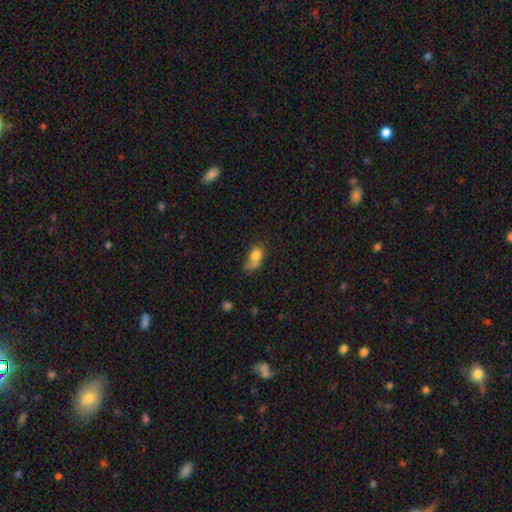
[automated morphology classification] smooth 76%, featured or disk 14%, star or artifact 10%. Down the decision tree: how rounded — in between (72%); merging — none (31%).